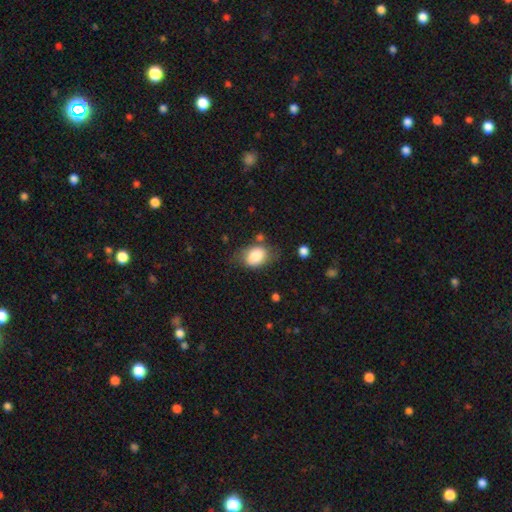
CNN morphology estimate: Smooth or featured?
  - smooth: 82% *
  - featured or disk: 10%
  - star or artifact: 8%
How rounded?
  - in between: 78% *
  - round: 21%
  - cigar-shaped: 1%
Merging?
  - none: 61% *
  - minor disturbance: 26%
  - major disturbance: 9%
  - merger: 5%